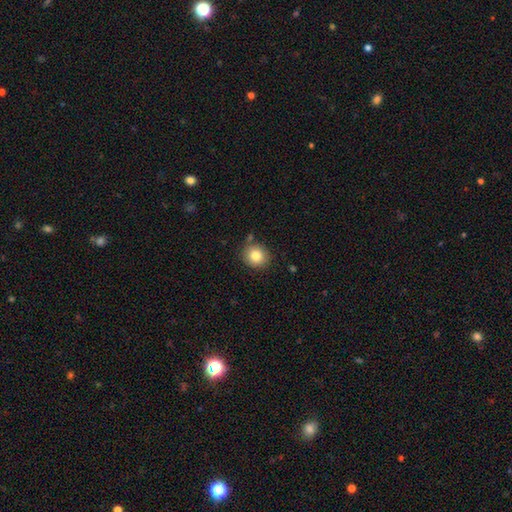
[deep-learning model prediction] smooth_or_featured: smooth (p=0.83) [alt: star or artifact p=0.10]
how_rounded: round (p=0.83) [alt: in between p=0.16]
merging: none (p=0.81) [alt: minor disturbance p=0.12]